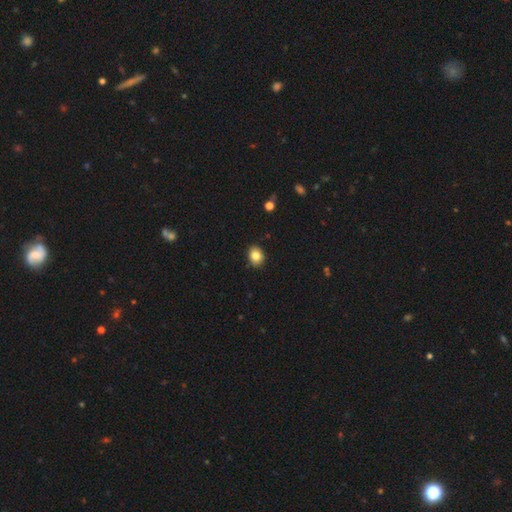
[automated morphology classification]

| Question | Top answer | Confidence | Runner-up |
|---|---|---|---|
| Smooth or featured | smooth | 83% | star or artifact (10%) |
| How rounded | in between | 55% | round (44%) |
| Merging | none | 88% | minor disturbance (9%) |